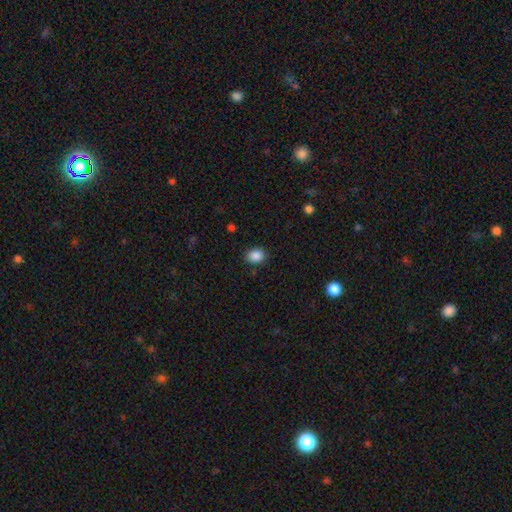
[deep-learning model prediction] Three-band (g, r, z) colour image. It shows a smooth galaxy with no disk features (88%) that is in between round and cigar-shaped (53%). Merging: none (85%).